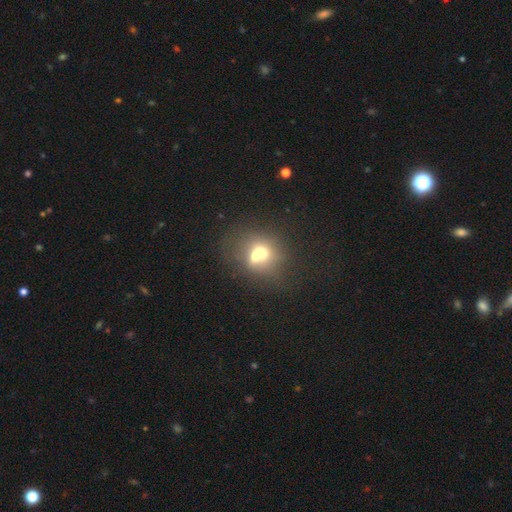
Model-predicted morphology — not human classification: smooth_or_featured: smooth (p=0.60) [alt: featured or disk p=0.27]
how_rounded: round (p=0.75) [alt: in between p=0.24]
merging: merger (p=0.58) [alt: none p=0.28]